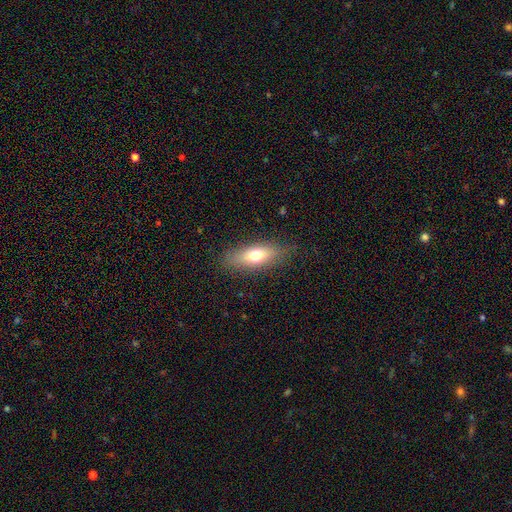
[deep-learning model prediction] smooth_or_featured: smooth (p=0.68) [alt: featured or disk p=0.25]
how_rounded: in between (p=0.64) [alt: cigar-shaped p=0.33]
merging: none (p=0.84) [alt: minor disturbance p=0.11]